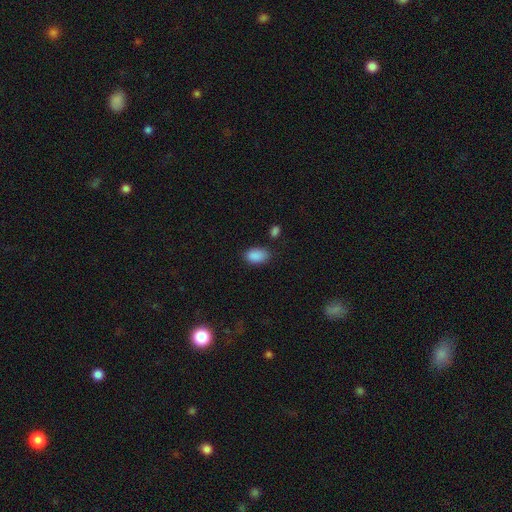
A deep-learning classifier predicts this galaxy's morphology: Overall: smooth (89%). How rounded: in between (89%). Merging: none (75%).